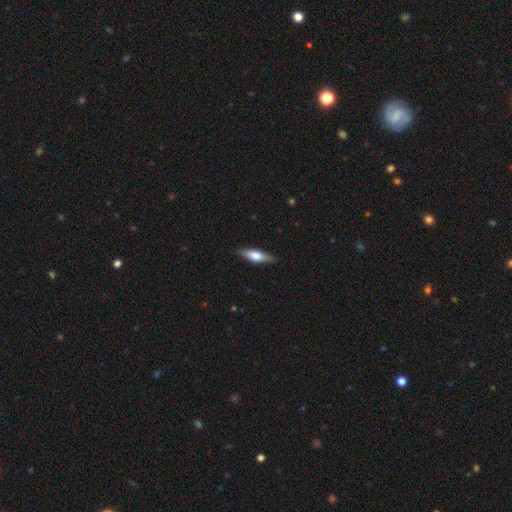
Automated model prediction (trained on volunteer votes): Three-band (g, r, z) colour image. It shows a smooth galaxy with no disk features (50%). Merging: none (87%).